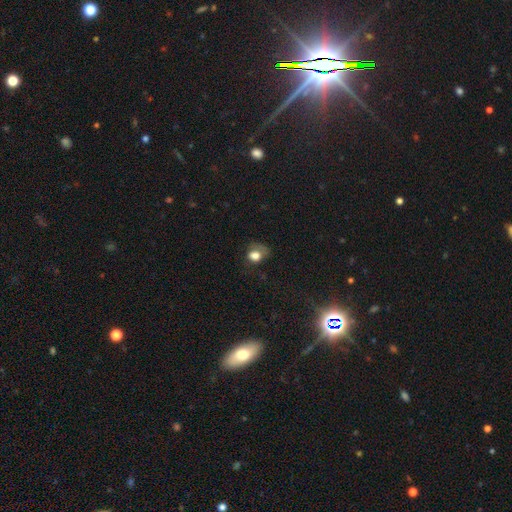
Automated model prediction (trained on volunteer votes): smooth_or_featured: smooth (p=0.73) [alt: featured or disk p=0.14]
how_rounded: in between (p=0.52) [alt: round p=0.47]
merging: none (p=0.39) [alt: major disturbance p=0.30]